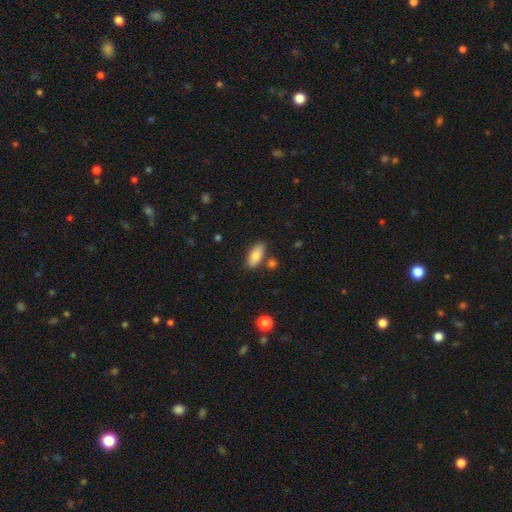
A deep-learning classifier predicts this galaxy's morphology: A smooth galaxy with no disk features (83%) that is in between round and cigar-shaped (83%).

Vote fractions:
- Smooth or featured? smooth: 83% / featured or disk: 10% / star or artifact: 7%
- How rounded? in between: 83% / cigar-shaped: 15% / round: 3%
- Merging? none: 78% / minor disturbance: 12% / merger: 7% / major disturbance: 3%